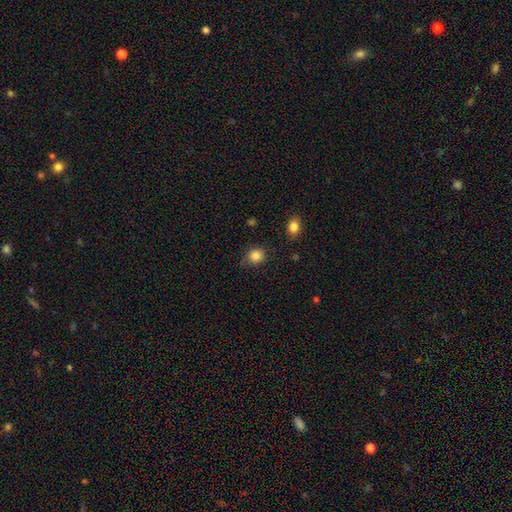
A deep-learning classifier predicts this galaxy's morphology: smooth 85%, star or artifact 10%, featured or disk 4%. Down the decision tree: how rounded — round (81%); merging — none (78%).